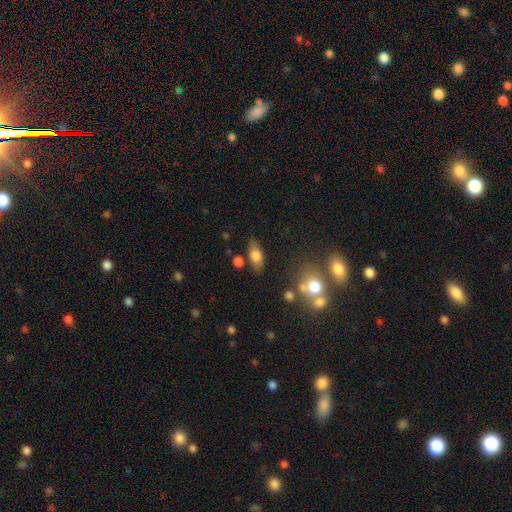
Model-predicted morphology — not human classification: Smooth or featured? smooth (74%)
How rounded? in between (82%)
Merging? none (75%)